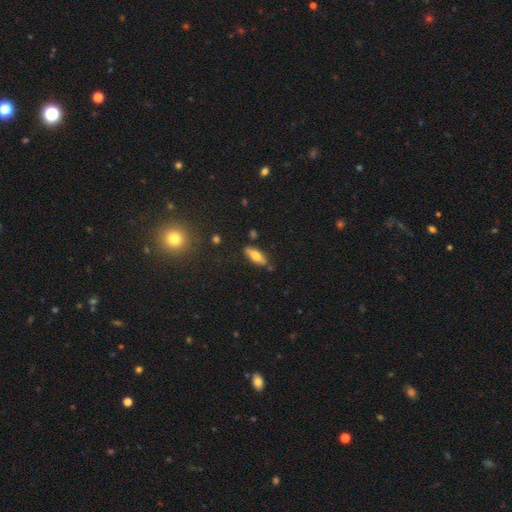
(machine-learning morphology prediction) Q: Smooth or featured?
A: smooth (58%); runner-up: featured or disk (34%)
Q: How rounded?
A: in between (60%); runner-up: cigar-shaped (38%)
Q: Merging?
A: none (77%); runner-up: minor disturbance (16%)